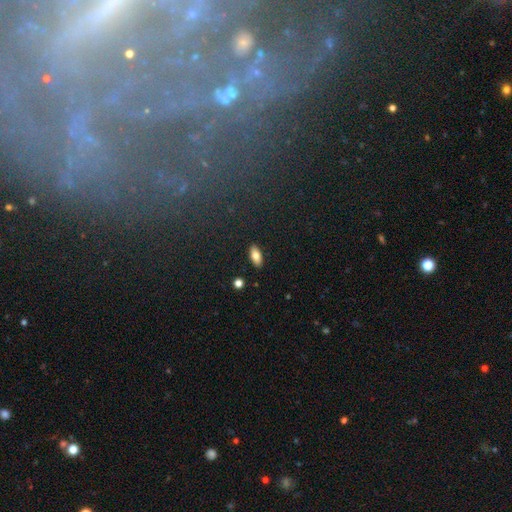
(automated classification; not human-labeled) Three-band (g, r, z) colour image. It shows a smooth galaxy with no disk features (78%) that is in between round and cigar-shaped (86%). Merging: none (89%).